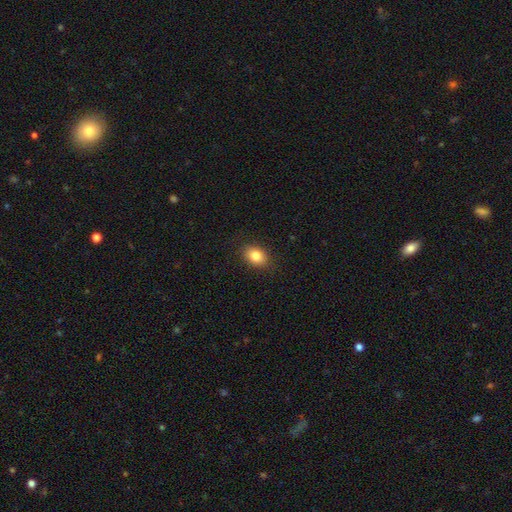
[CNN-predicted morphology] Smooth or featured: smooth — 83% (star or artifact — 9%)
How rounded: in between — 72% (round — 27%)
Merging: none — 88% (minor disturbance — 8%)